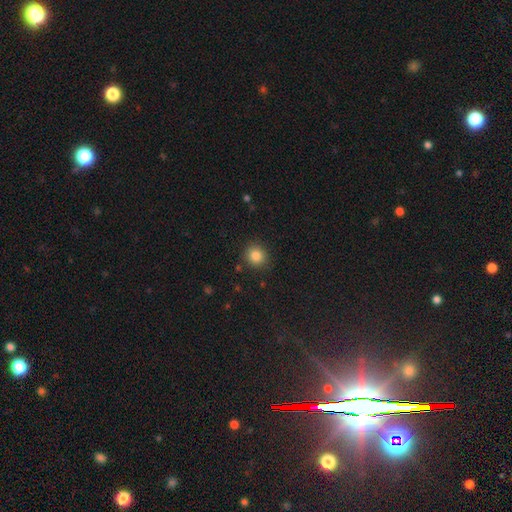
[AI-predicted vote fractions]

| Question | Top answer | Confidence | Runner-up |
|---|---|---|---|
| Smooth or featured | smooth | 84% | star or artifact (11%) |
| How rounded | round | 85% | in between (14%) |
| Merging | none | 88% | minor disturbance (8%) |